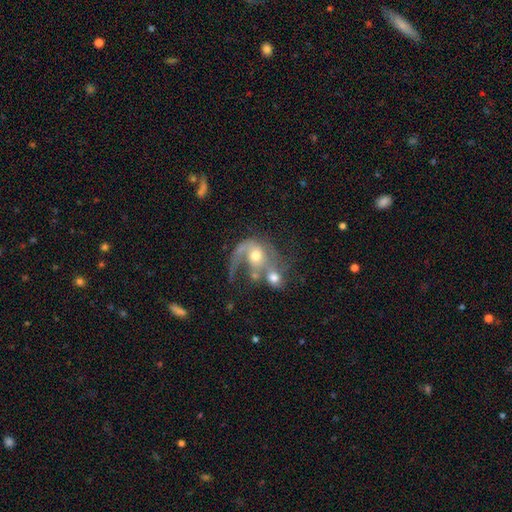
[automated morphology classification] type=featured or disk (69%); edge-on=no (97%); bar=no (70%); spiral arms=yes (81%); winding=loose (56%); arm count=1 (71%); bulge=moderate (65%); merging=merger (53%).